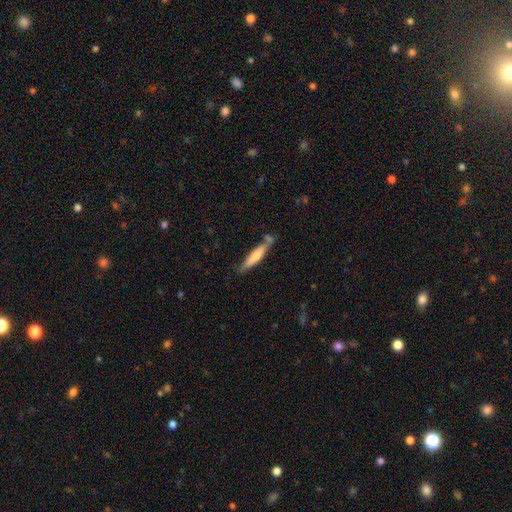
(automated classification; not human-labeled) This appears to be a smooth galaxy with no disk features (67%) that is cigar-shaped (87%). Merging: none (63%).